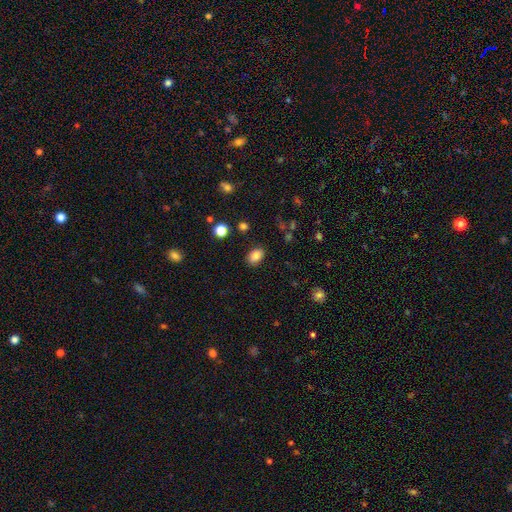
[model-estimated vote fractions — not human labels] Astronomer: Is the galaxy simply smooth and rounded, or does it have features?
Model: smooth — 84%.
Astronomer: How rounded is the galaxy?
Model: in between — 81%.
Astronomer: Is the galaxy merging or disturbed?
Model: none — 86%.